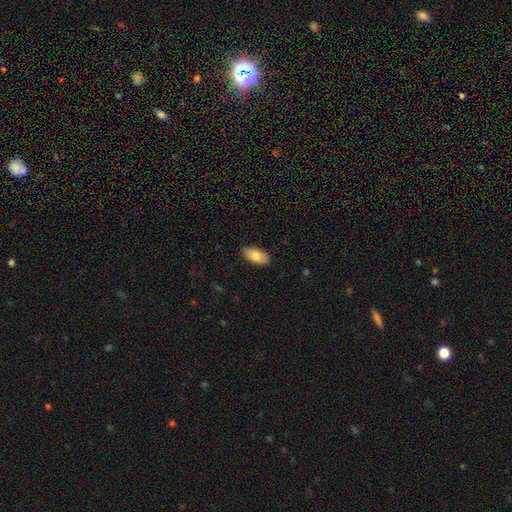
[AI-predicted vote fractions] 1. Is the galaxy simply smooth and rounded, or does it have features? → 80% smooth, 14% featured or disk, 6% star or artifact.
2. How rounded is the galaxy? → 94% in between, 3% round, 3% cigar-shaped.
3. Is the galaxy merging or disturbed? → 84% none, 13% minor disturbance, 2% major disturbance, 1% merger.